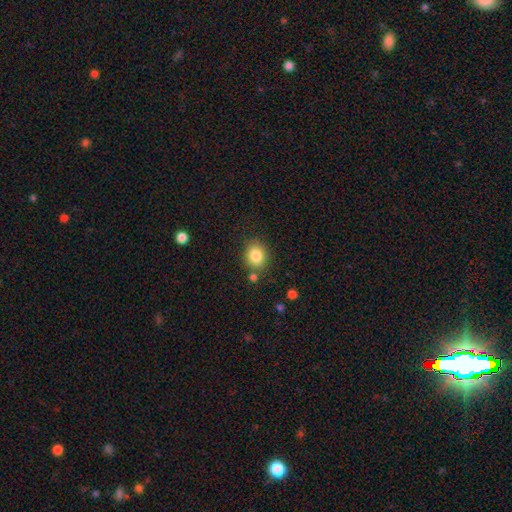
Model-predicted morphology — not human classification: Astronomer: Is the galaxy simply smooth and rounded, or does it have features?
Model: smooth — 85%.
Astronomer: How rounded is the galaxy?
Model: round — 65%.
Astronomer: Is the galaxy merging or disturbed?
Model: none — 78%.